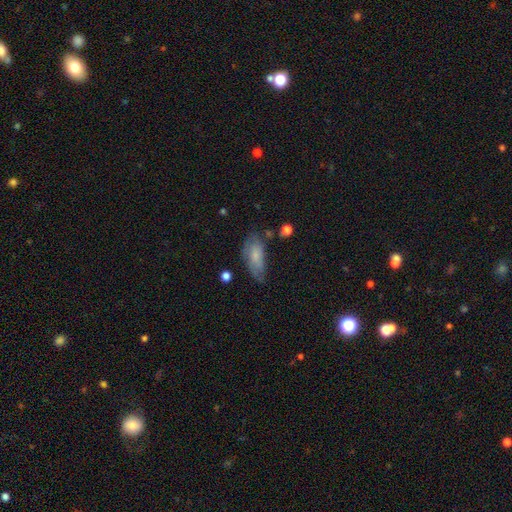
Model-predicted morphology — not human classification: type=smooth (71%); roundness=in between (84%); merging=none (51%).